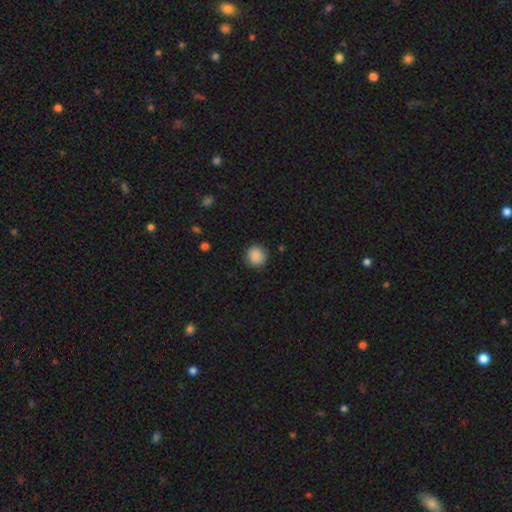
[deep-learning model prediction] Overall: smooth (88%). How rounded: round (91%). Merging: none (86%).